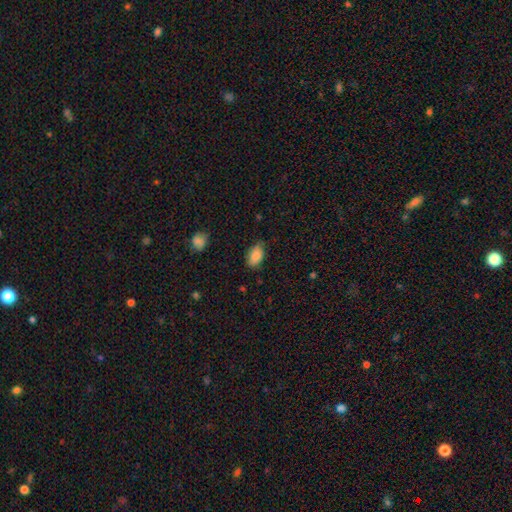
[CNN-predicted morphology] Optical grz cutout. It shows a smooth galaxy with no disk features (87%) that is in between round and cigar-shaped (92%). Merging: none (70%).